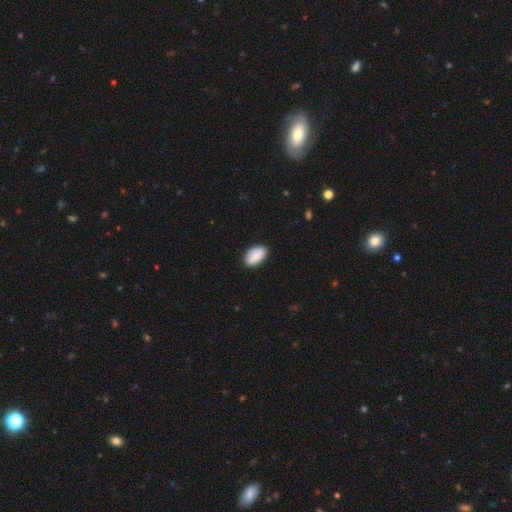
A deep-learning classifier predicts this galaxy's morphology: type=smooth (85%); roundness=in between (93%); merging=none (86%).